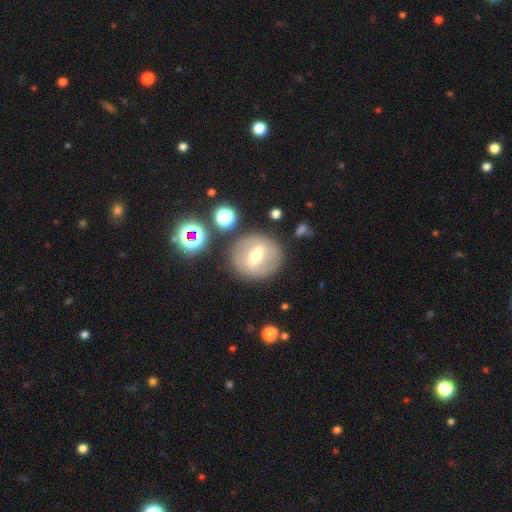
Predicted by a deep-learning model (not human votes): A featured or disk galaxy (58%).

Vote fractions:
- Smooth or featured? featured or disk: 58% / smooth: 32% / star or artifact: 10%
- Edge-on disk? no: 83% / yes: 17%
- Merging? none: 82% / minor disturbance: 10% / major disturbance: 4% / merger: 4%